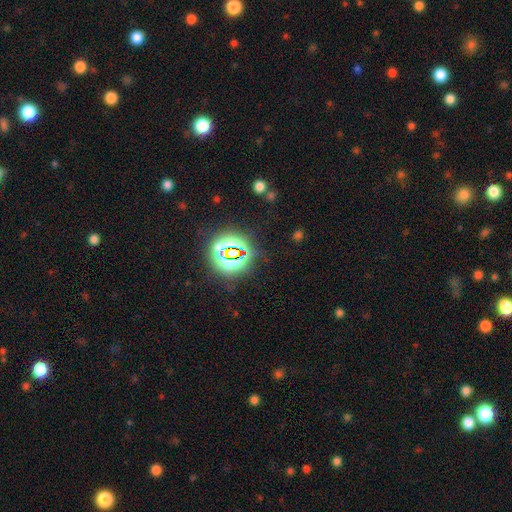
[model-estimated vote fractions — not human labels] Smooth or featured: star or artifact — 79% (smooth — 14%)